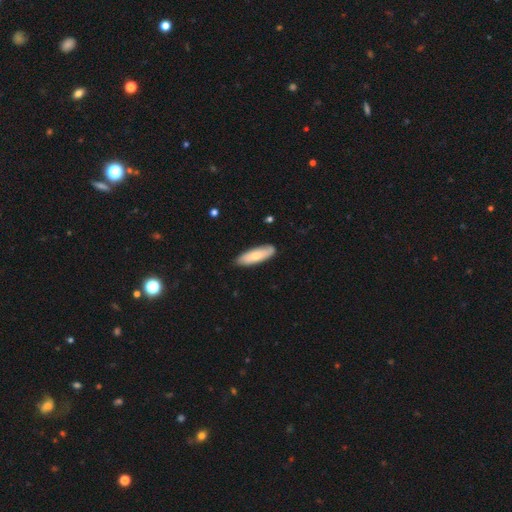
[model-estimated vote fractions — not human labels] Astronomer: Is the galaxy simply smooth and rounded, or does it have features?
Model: smooth — 69%.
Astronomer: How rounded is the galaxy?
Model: in between — 52% (runner-up: cigar-shaped, 46%).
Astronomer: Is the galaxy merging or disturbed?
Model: none — 85%.